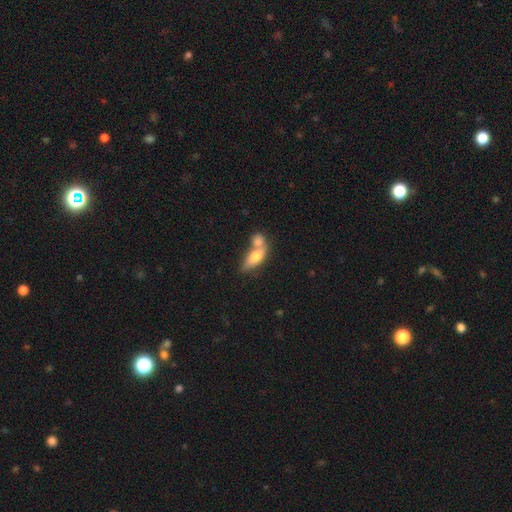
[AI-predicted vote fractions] smooth_or_featured: smooth (p=0.67) [alt: featured or disk p=0.26]
how_rounded: in between (p=0.73) [alt: cigar-shaped p=0.20]
merging: merger (p=0.62) [alt: none p=0.24]